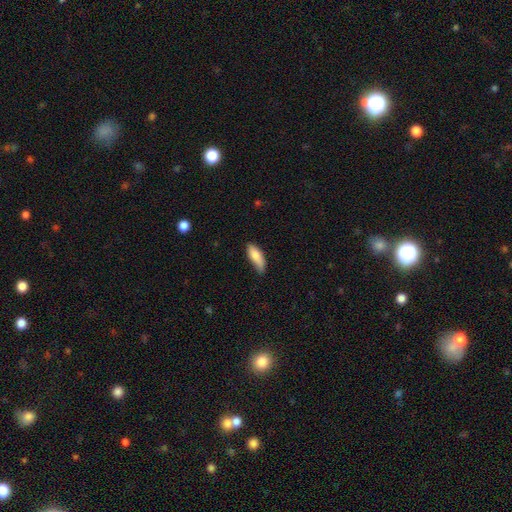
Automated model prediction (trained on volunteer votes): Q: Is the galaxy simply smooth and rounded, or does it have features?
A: smooth — 80%.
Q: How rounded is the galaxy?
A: in between — 67%.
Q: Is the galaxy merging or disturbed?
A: none — 57%.